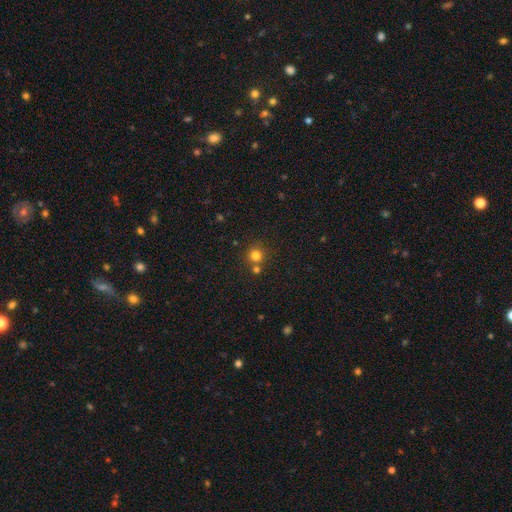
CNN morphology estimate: Smooth or featured?
  - smooth: 78% *
  - star or artifact: 15%
  - featured or disk: 6%
How rounded?
  - round: 93% *
  - in between: 7%
  - cigar-shaped: 1%
Merging?
  - none: 70% *
  - merger: 20%
  - minor disturbance: 7%
  - major disturbance: 3%